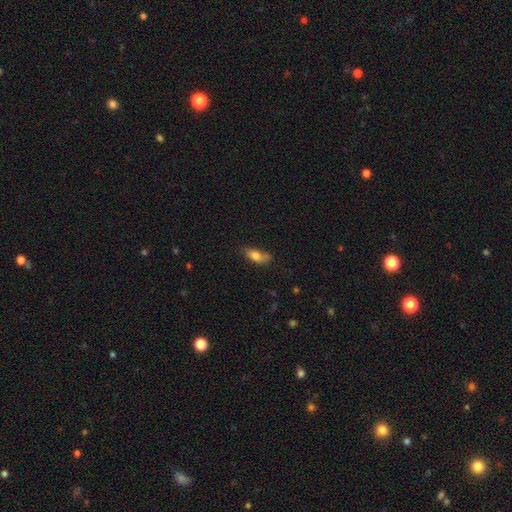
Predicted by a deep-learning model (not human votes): Overall: smooth (76%). How rounded: in between (79%). Merging: none (55%; minor disturbance 31%).